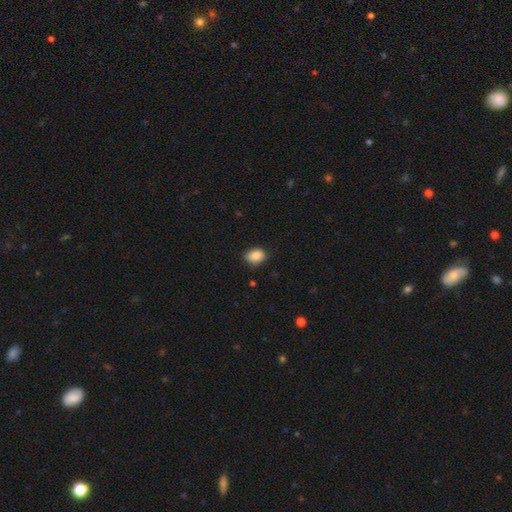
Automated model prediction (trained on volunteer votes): This is clearly a smooth galaxy (88%). How rounded: likely in between (75%). Merging: likely none (79%).